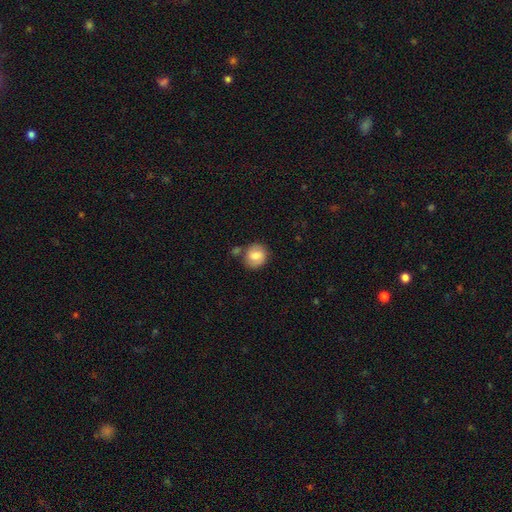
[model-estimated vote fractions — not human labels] Smooth or featured?
  - smooth: 74% *
  - featured or disk: 19%
  - star or artifact: 8%
How rounded?
  - round: 80% *
  - in between: 19%
  - cigar-shaped: 1%
Merging?
  - none: 67% *
  - minor disturbance: 15%
  - merger: 14%
  - major disturbance: 4%